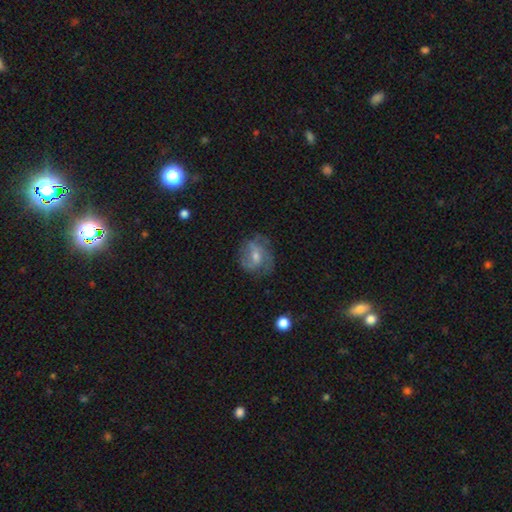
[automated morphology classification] Smooth or featured? Predicted: featured or disk (p=0.61). Edge-on disk? Predicted: no (p=0.96). Bar? Predicted: weak (p=0.45). Spiral arms? Predicted: yes (p=0.80). Bulge size? Predicted: moderate (p=0.50). Merging? Predicted: none (p=0.67).